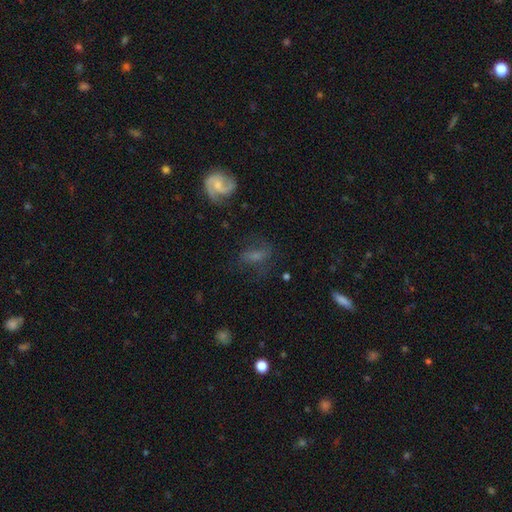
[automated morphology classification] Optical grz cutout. It shows a featured or disk galaxy (50%). Merging: none (59%).